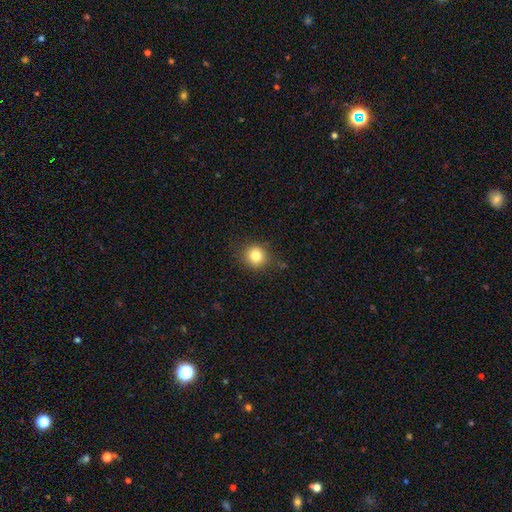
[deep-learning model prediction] A smooth galaxy with no disk features (82%) that is round (91%). Merging: none (85%).